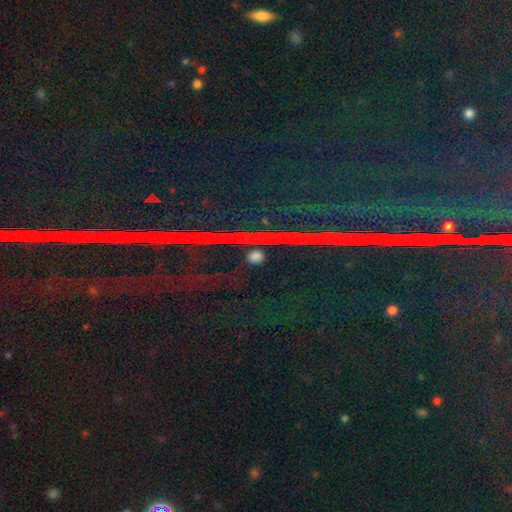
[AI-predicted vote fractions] Smooth or featured? Predicted: star or artifact (p=0.82).